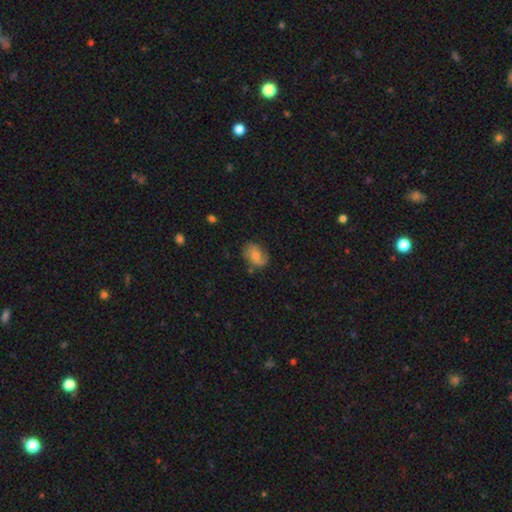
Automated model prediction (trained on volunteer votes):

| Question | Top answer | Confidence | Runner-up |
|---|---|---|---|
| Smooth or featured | smooth | 46% | featured or disk (43%) |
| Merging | none | 67% | minor disturbance (23%) |